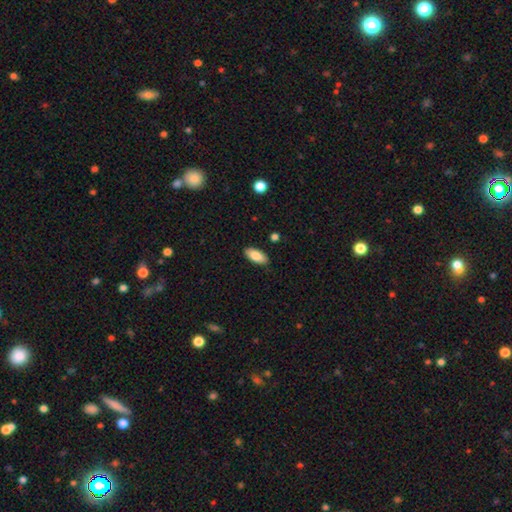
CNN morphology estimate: This appears to be a smooth galaxy with no disk features (84%) that is in between round and cigar-shaped (90%). Merging: none (88%).